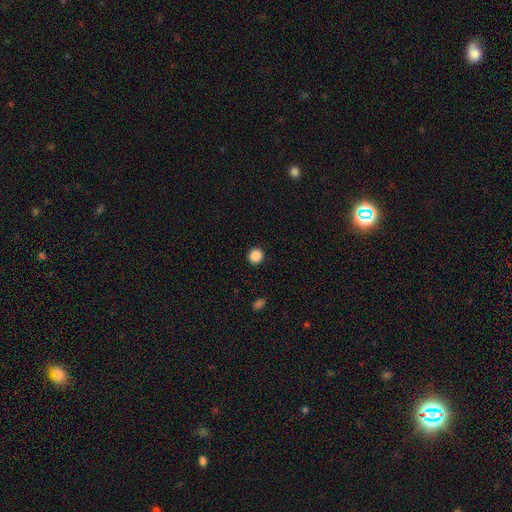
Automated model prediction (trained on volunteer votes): Q: Smooth or featured?
A: smooth (88%); runner-up: star or artifact (10%)
Q: How rounded?
A: round (92%); runner-up: in between (7%)
Q: Merging?
A: none (93%); runner-up: minor disturbance (5%)